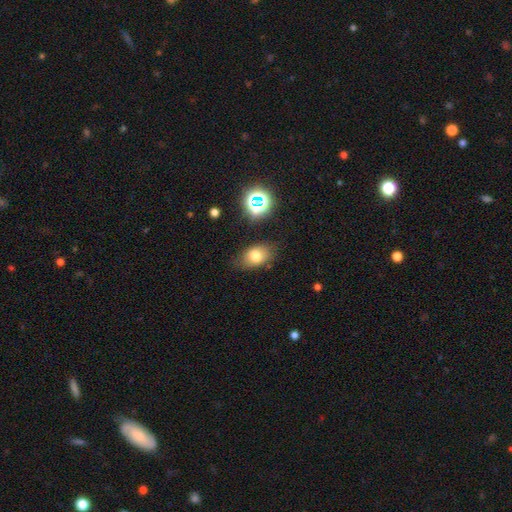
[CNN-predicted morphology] The model was most divided on "merging": none: 75%, minor disturbance: 18%, major disturbance: 5%, merger: 3%. More confident: how rounded — in between (78%); smooth or featured — smooth (74%).